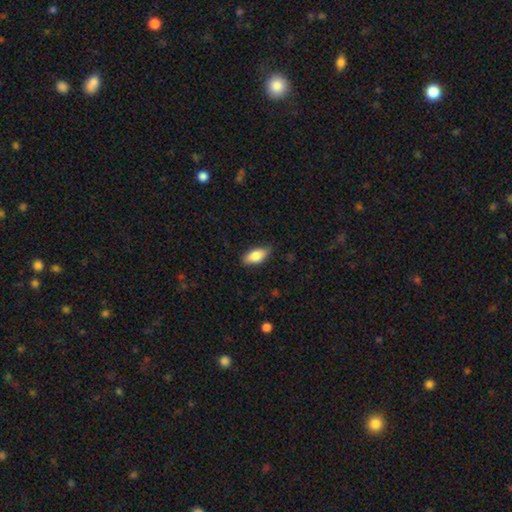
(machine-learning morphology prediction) Smooth or featured: smooth — 78% (featured or disk — 15%)
How rounded: in between — 85% (cigar-shaped — 12%)
Merging: none — 81% (minor disturbance — 15%)